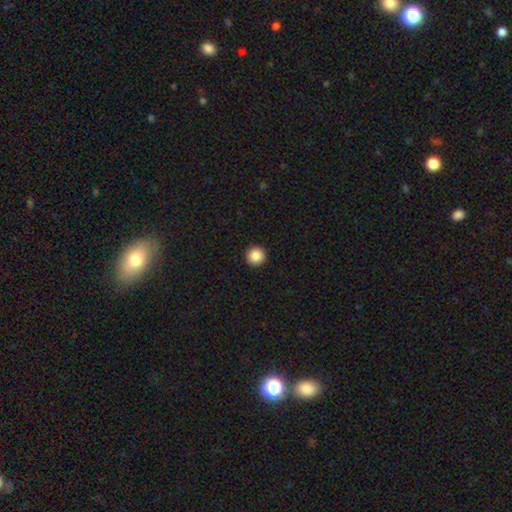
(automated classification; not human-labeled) The model was most divided on "smooth or featured": smooth: 87%, star or artifact: 10%, featured or disk: 4%. More confident: how rounded — round (96%); merging — none (94%).